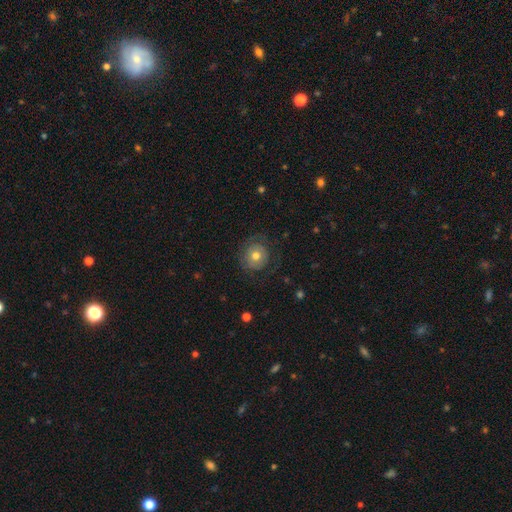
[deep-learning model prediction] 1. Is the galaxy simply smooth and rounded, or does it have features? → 63% smooth, 28% featured or disk, 9% star or artifact.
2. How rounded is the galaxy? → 89% round, 10% in between, 1% cigar-shaped.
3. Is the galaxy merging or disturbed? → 72% none, 16% minor disturbance, 12% major disturbance, 1% merger.